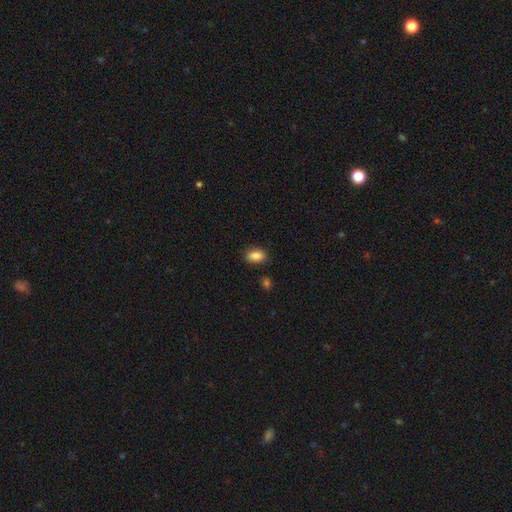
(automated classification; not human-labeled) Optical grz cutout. It shows a smooth galaxy with no disk features (87%) that is in between round and cigar-shaped (89%). Merging: none (86%).